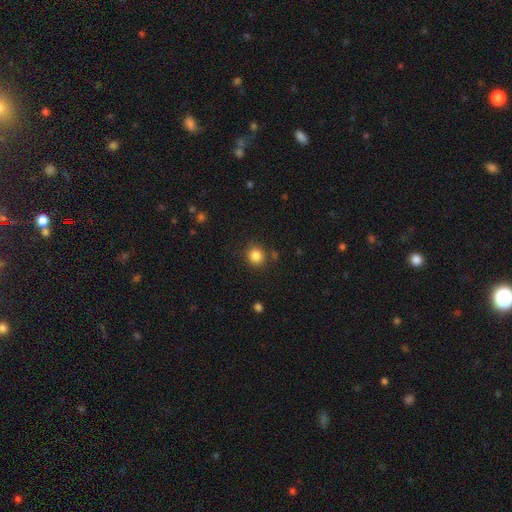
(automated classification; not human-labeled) smooth 84%, star or artifact 11%, featured or disk 4%. Down the decision tree: how rounded — round (87%); merging — none (85%).